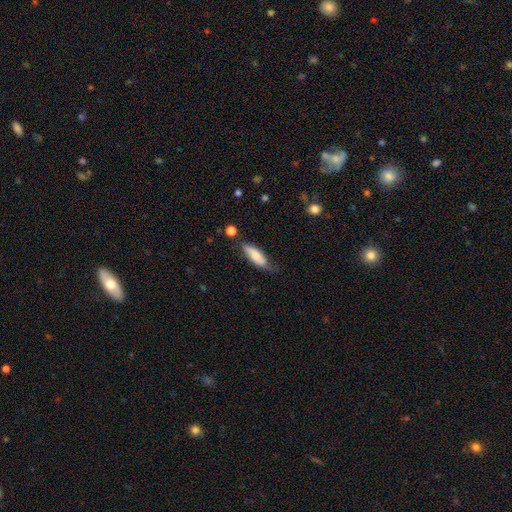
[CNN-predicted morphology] Smooth or featured?
  - smooth: 72% *
  - featured or disk: 21%
  - star or artifact: 6%
How rounded?
  - in between: 56% *
  - cigar-shaped: 41%
  - round: 2%
Merging?
  - none: 60% *
  - minor disturbance: 30%
  - major disturbance: 7%
  - merger: 4%